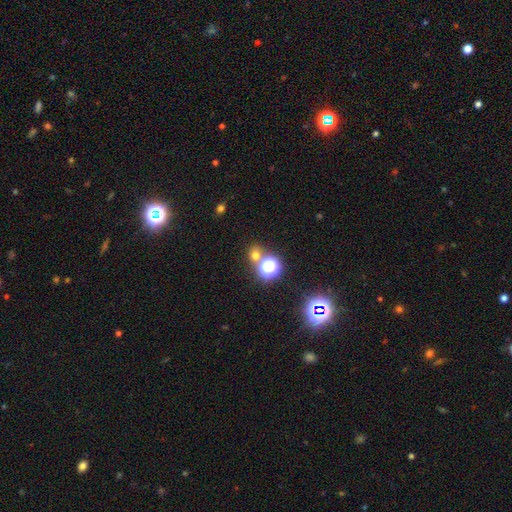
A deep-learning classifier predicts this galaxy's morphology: Q: Smooth or featured?
A: smooth (59%); runner-up: star or artifact (34%)
Q: How rounded?
A: round (80%); runner-up: in between (19%)
Q: Merging?
A: none (69%); runner-up: merger (19%)